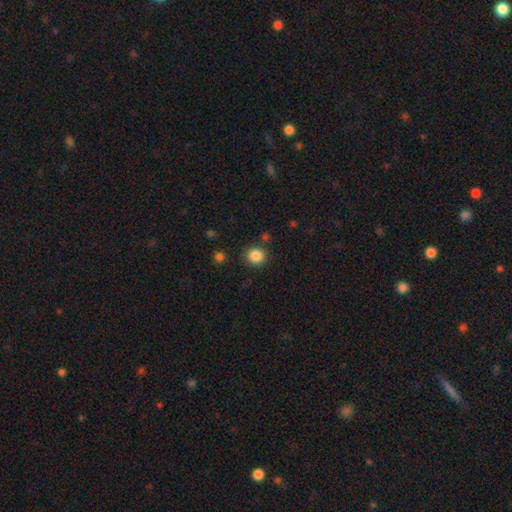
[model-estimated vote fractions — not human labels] This appears to be a smooth galaxy with no disk features (86%) that is round (91%). Merging: none (85%).